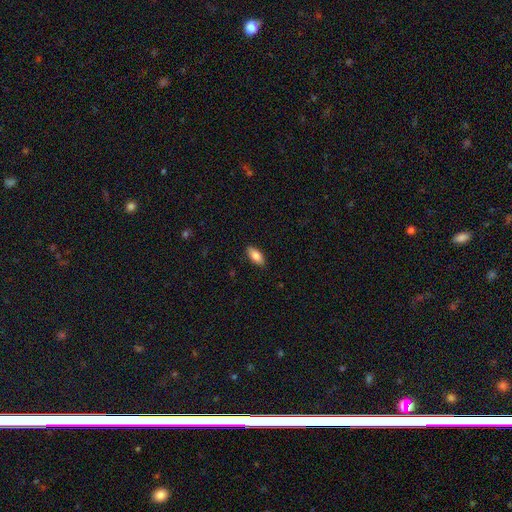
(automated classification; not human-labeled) smooth-or-featured: smooth: 83% | featured or disk: 11% | star or artifact: 6%
  how-rounded: in between: 87% | cigar-shaped: 11% | round: 2%
  merging: none: 89% | minor disturbance: 8% | major disturbance: 2% | merger: 1%